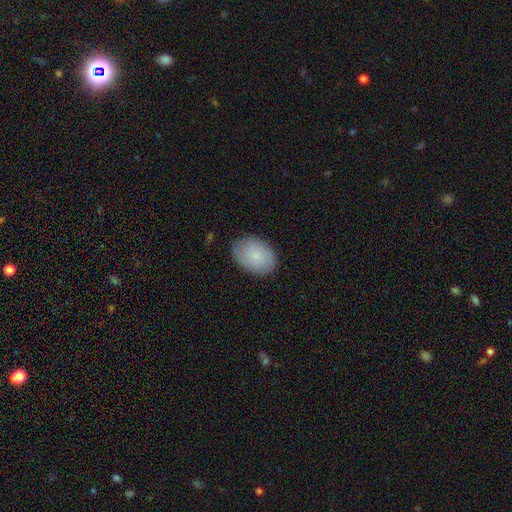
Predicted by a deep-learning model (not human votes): Morphology: type=smooth (81%); roundness=in between (81%); merging=none (82%).